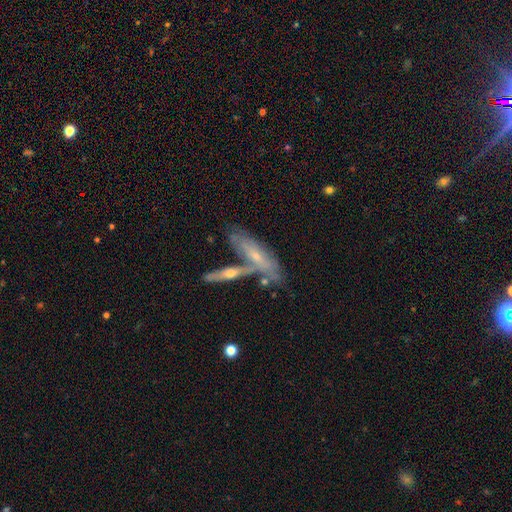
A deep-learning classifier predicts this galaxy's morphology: featured or disk 53%, smooth 40%, star or artifact 7%. Down the decision tree: edge-on disk — yes (65%); merging — none (47%).